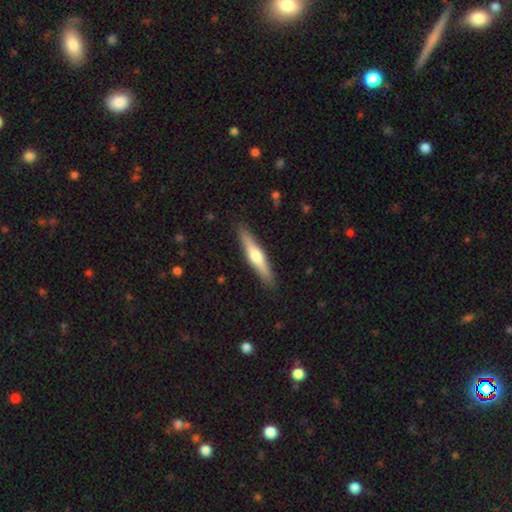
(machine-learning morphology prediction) Smooth or featured? featured or disk (55%)
Edge-on disk? yes (96%)
Edge-on bulge? rounded (86%)
Merging? none (90%)